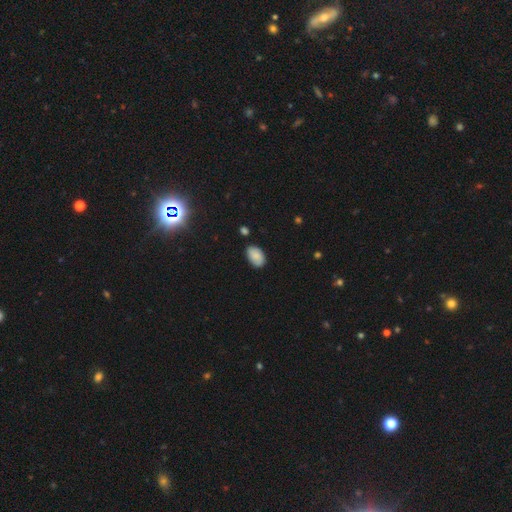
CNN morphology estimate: Smooth or featured?
  - smooth: 86% *
  - star or artifact: 8%
  - featured or disk: 6%
How rounded?
  - in between: 92% *
  - round: 7%
  - cigar-shaped: 1%
Merging?
  - none: 80% *
  - minor disturbance: 15%
  - major disturbance: 3%
  - merger: 2%